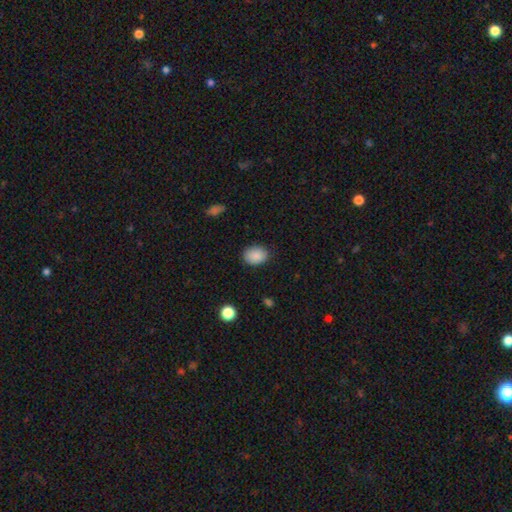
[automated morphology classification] Smooth or featured: smooth — 89% (star or artifact — 8%)
How rounded: in between — 66% (round — 33%)
Merging: none — 86% (minor disturbance — 11%)